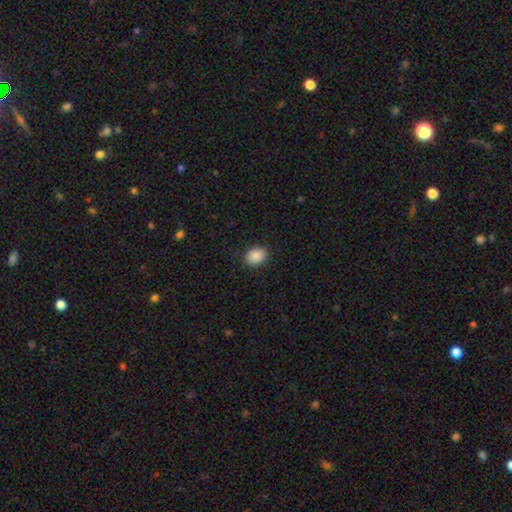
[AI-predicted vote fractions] Morphology: type=smooth (89%); roundness=in between (75%); merging=none (88%).